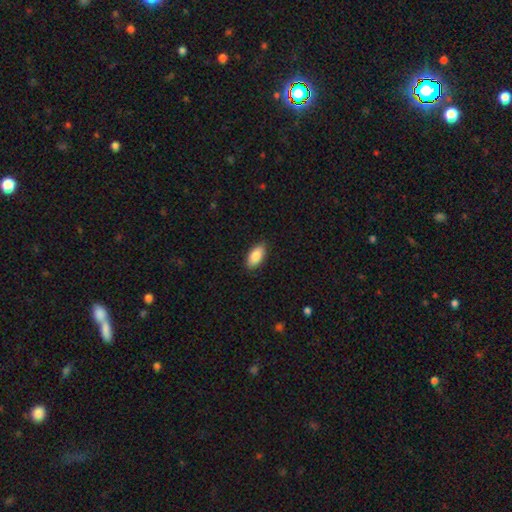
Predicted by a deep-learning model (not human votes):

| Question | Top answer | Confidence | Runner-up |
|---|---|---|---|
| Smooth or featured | smooth | 88% | star or artifact (6%) |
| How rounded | in between | 92% | cigar-shaped (6%) |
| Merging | none | 88% | minor disturbance (9%) |